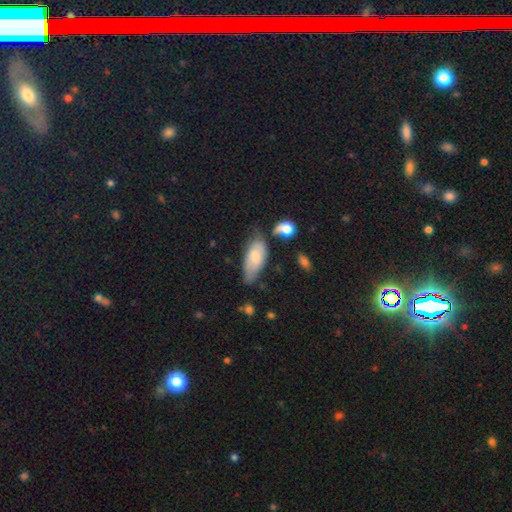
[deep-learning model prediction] smooth_or_featured: smooth (p=0.70) [alt: featured or disk p=0.23]
how_rounded: in between (p=0.86) [alt: cigar-shaped p=0.11]
merging: none (p=0.41) [alt: minor disturbance p=0.35]